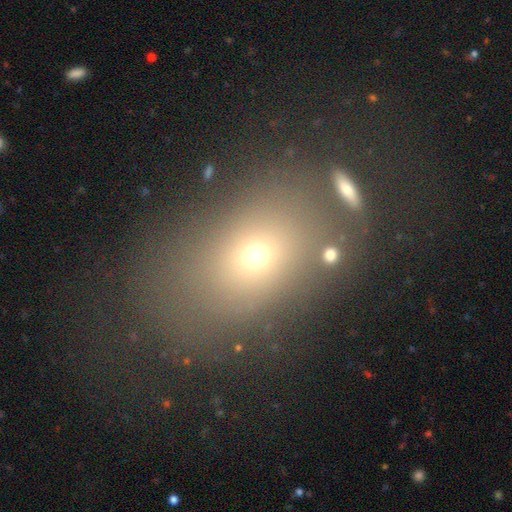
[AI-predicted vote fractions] Smooth or featured?
  - smooth: 66% *
  - star or artifact: 19%
  - featured or disk: 14%
How rounded?
  - in between: 70% *
  - round: 26%
  - cigar-shaped: 4%
Merging?
  - none: 71% *
  - minor disturbance: 13%
  - merger: 8%
  - major disturbance: 7%